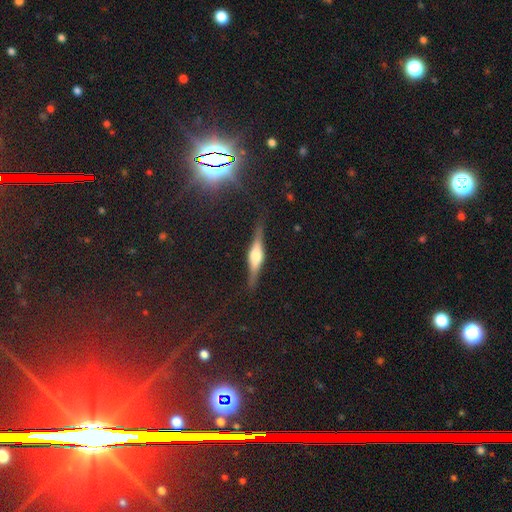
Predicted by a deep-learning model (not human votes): Smooth or featured: featured or disk — 72% (smooth — 21%)
Edge-on disk: yes — 96% (no — 4%)
Edge-on bulge: rounded — 83% (boxy — 14%)
Merging: none — 84% (minor disturbance — 11%)